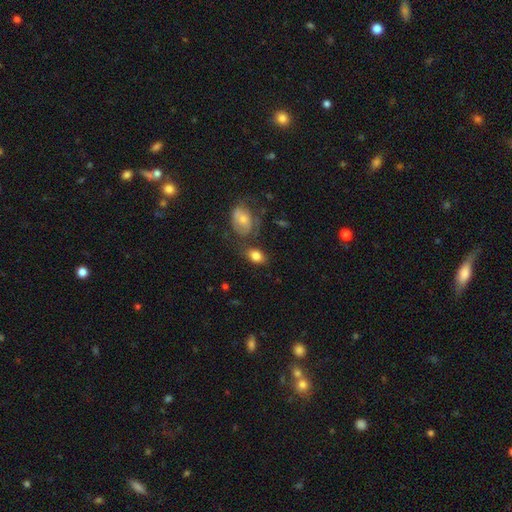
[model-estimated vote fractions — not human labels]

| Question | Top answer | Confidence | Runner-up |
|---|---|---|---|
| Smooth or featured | smooth | 80% | featured or disk (13%) |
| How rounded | in between | 83% | round (16%) |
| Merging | none | 60% | minor disturbance (18%) |